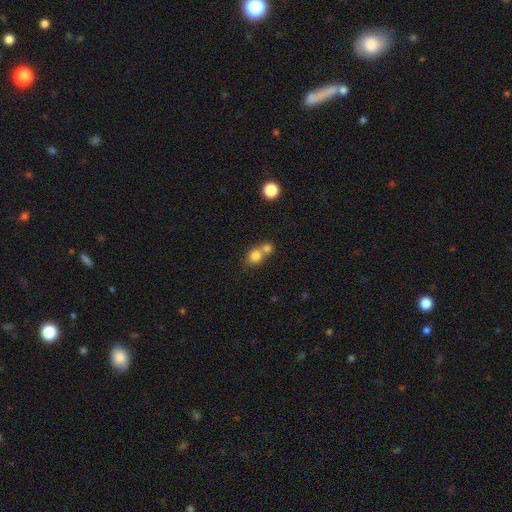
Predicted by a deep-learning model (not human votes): Smooth or featured: smooth — 79% (featured or disk — 11%)
How rounded: round — 74% (in between — 25%)
Merging: merger — 57% (none — 33%)